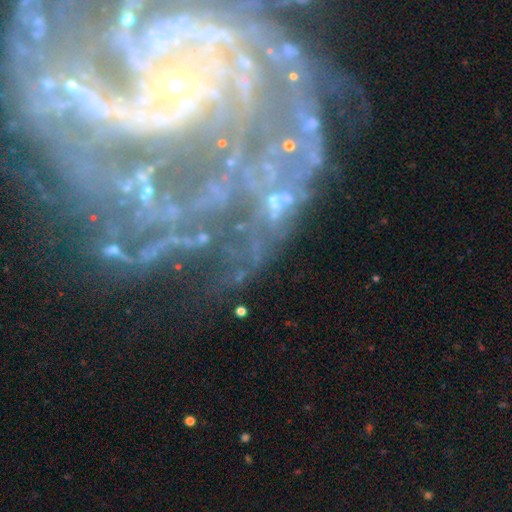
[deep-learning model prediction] Smooth or featured?
  - featured or disk: 84% *
  - star or artifact: 11%
  - smooth: 5%
Edge-on disk?
  - no: 97% *
  - yes: 3%
Bar?
  - no: 52% *
  - weak: 28%
  - strong: 20%
Spiral arms?
  - yes: 93% *
  - no: 7%
Spiral winding?
  - tight: 56% *
  - medium: 33%
  - loose: 12%
Spiral arm count?
  - can't tell: 26% *
  - 2: 18%
  - 3: 16%
  - 4: 15%
  - more than 4: 14%
  - 1: 10%
Bulge size?
  - small: 78% *
  - moderate: 12%
  - none: 7%
  - large: 2%
  - dominant: 1%
Merging?
  - none: 58% *
  - major disturbance: 20%
  - minor disturbance: 18%
  - merger: 4%